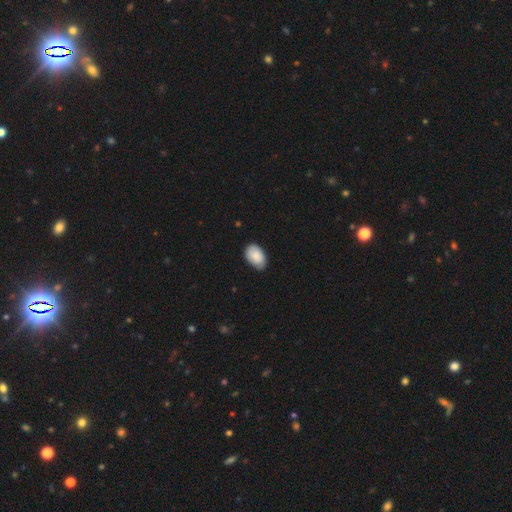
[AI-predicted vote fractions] Smooth or featured? smooth (86%)
How rounded? in between (91%)
Merging? none (71%)